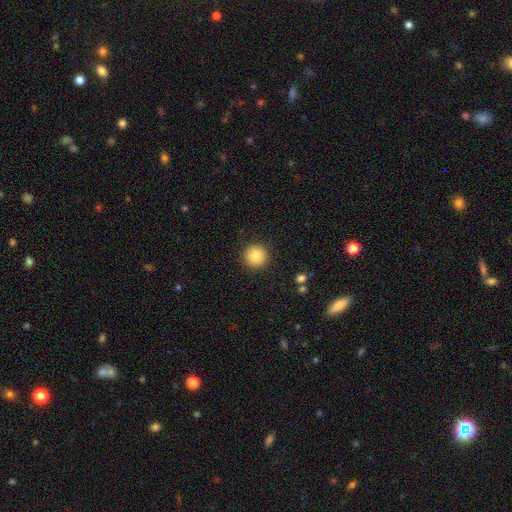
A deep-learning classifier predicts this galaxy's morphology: smooth_or_featured: smooth (p=0.84) [alt: star or artifact p=0.09]
how_rounded: round (p=0.96) [alt: in between p=0.04]
merging: none (p=0.92) [alt: minor disturbance p=0.05]